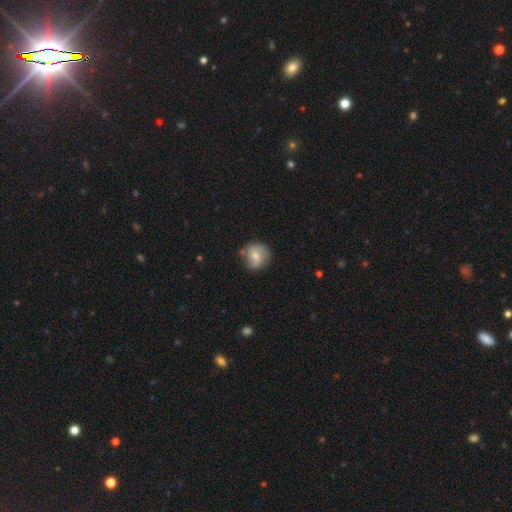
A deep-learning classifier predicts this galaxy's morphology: The model was most divided on "smooth or featured": smooth: 63%, featured or disk: 29%, star or artifact: 8%. More confident: how rounded — round (87%); merging — none (72%).